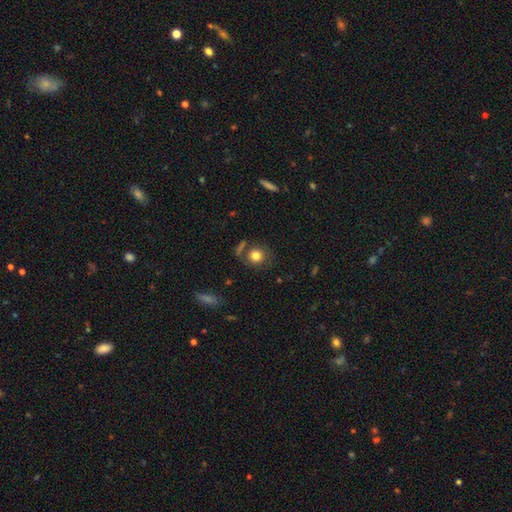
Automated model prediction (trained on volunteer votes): smooth_or_featured: smooth (p=0.80) [alt: star or artifact p=0.11]
how_rounded: round (p=0.84) [alt: in between p=0.14]
merging: none (p=0.72) [alt: minor disturbance p=0.13]